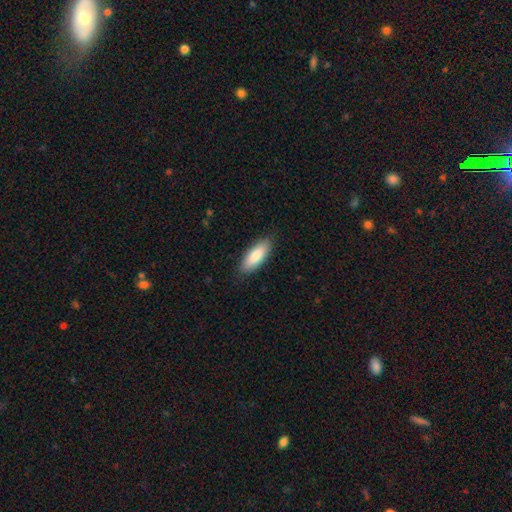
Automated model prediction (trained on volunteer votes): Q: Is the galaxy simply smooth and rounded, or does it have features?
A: smooth — 83%.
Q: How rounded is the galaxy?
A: in between — 72%.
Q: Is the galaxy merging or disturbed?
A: none — 86%.